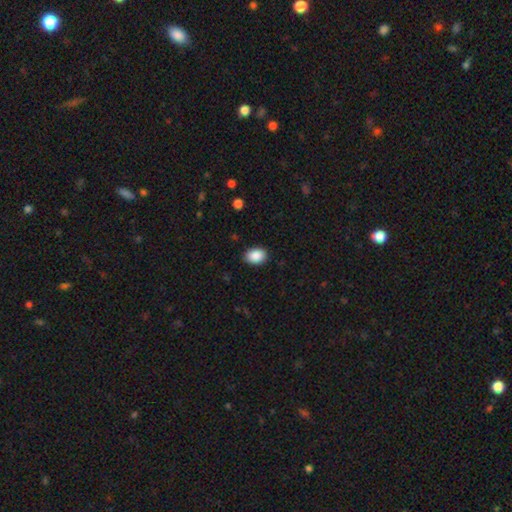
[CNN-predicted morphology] Q: Smooth or featured?
A: smooth (89%); runner-up: star or artifact (8%)
Q: How rounded?
A: in between (74%); runner-up: round (25%)
Q: Merging?
A: none (88%); runner-up: minor disturbance (9%)